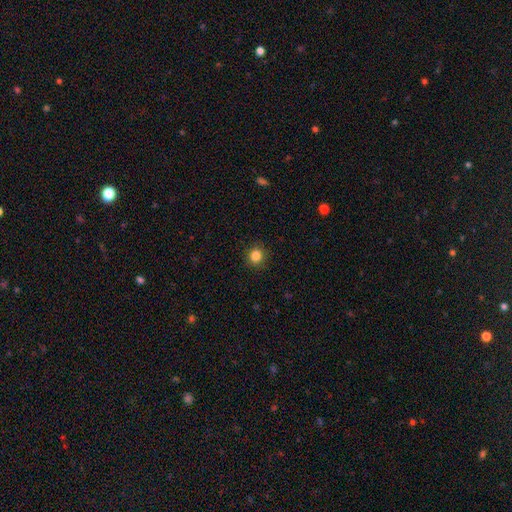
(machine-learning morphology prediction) type=smooth (84%); roundness=round (86%); merging=none (90%).